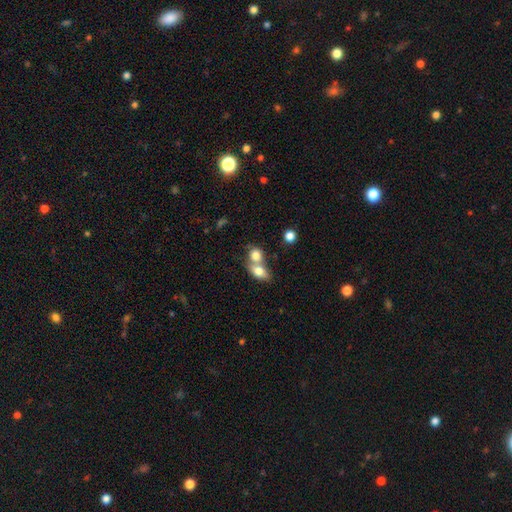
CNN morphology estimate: Q: Smooth or featured?
A: smooth (78%); runner-up: featured or disk (13%)
Q: How rounded?
A: round (53%); runner-up: in between (44%)
Q: Merging?
A: merger (62%); runner-up: none (28%)